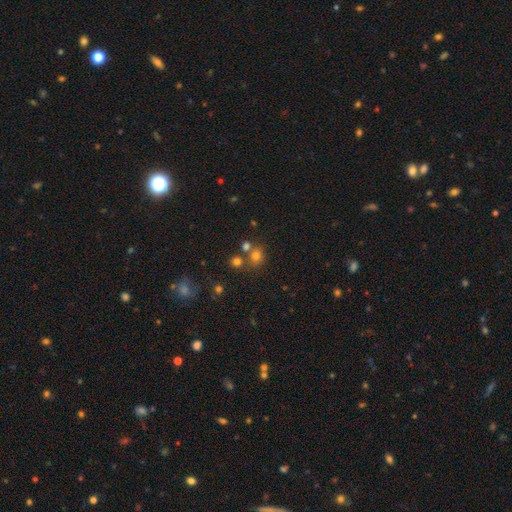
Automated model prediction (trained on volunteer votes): This is likely a smooth galaxy (70%). How rounded: likely round (78%). Merging: likely none (63%).